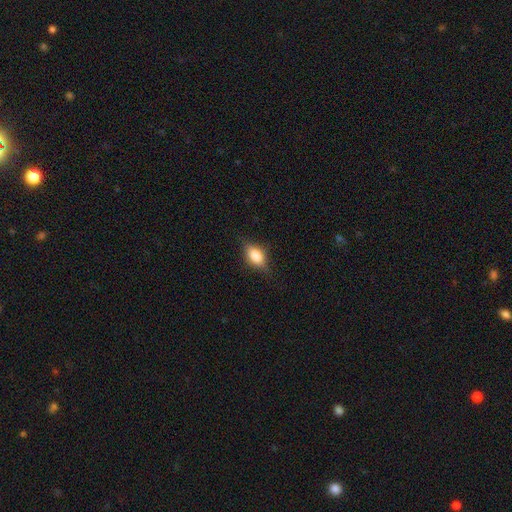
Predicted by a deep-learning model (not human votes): Smooth or featured? smooth (72%)
How rounded? in between (79%)
Merging? none (74%)